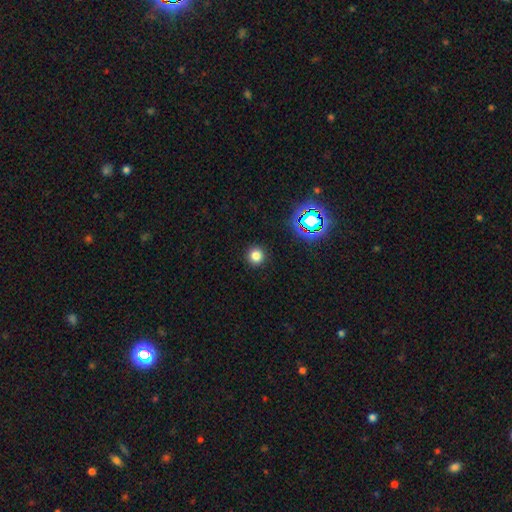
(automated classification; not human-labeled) This is likely a smooth galaxy (77%). How rounded: clearly round (95%). Merging: clearly none (92%).